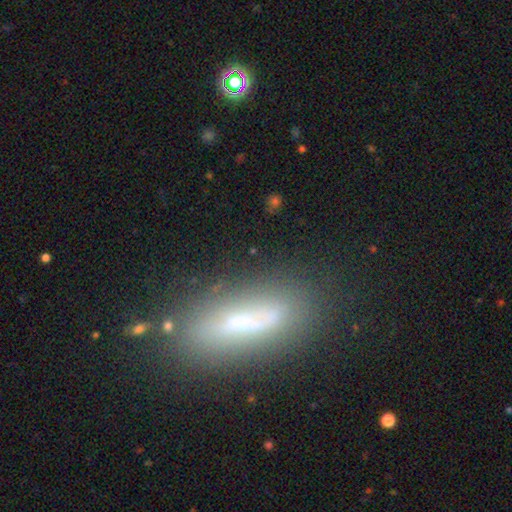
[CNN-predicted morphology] smooth_or_featured: smooth (p=0.44) [alt: featured or disk p=0.43]
merging: none (p=0.75) [alt: minor disturbance p=0.16]